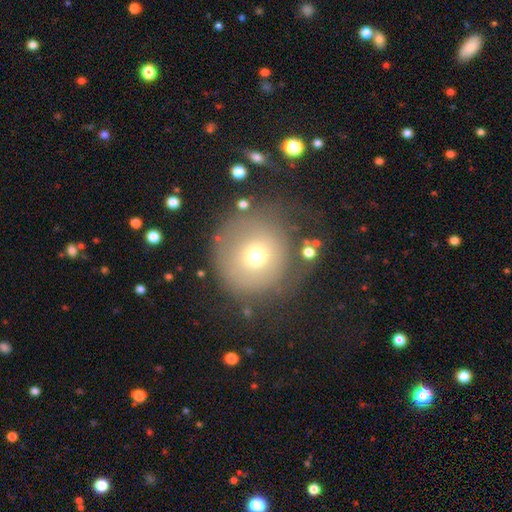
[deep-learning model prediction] smooth 66%, featured or disk 20%, star or artifact 14%. Down the decision tree: how rounded — round (91%); merging — none (55%).